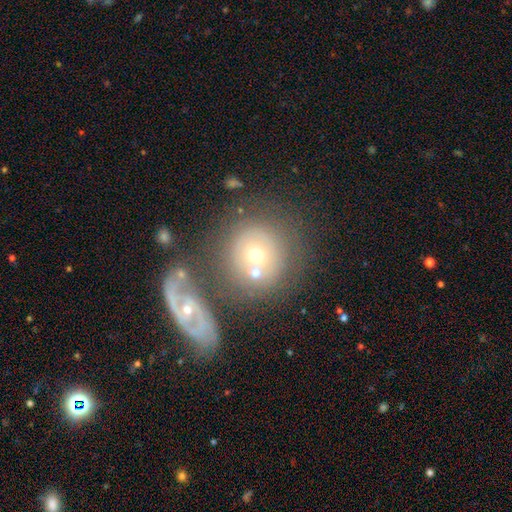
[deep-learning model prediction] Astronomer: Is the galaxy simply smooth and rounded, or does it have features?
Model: smooth — 48% (runner-up: featured or disk, 42%).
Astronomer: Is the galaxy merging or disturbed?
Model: none — 48% (runner-up: merger, 32%).